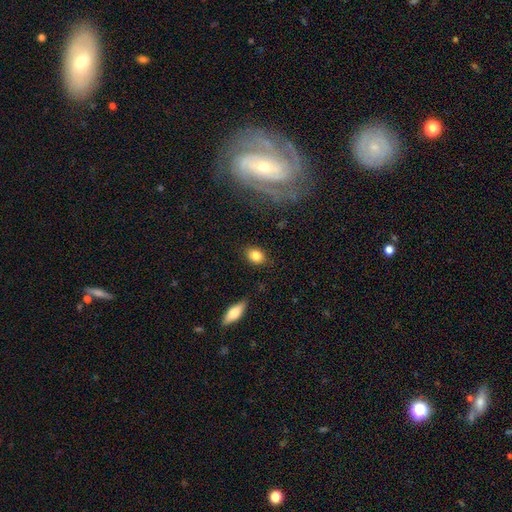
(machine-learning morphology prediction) type=smooth (83%); roundness=in between (66%); merging=none (86%).